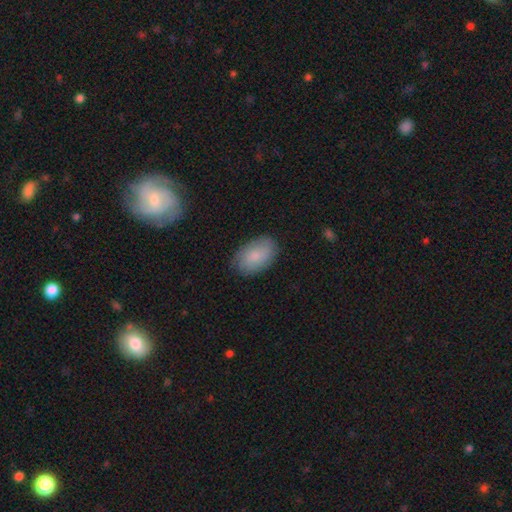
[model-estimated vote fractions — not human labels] The model was most divided on "smooth or featured": smooth: 79%, featured or disk: 15%, star or artifact: 7%. More confident: how rounded — in between (92%); merging — none (81%).